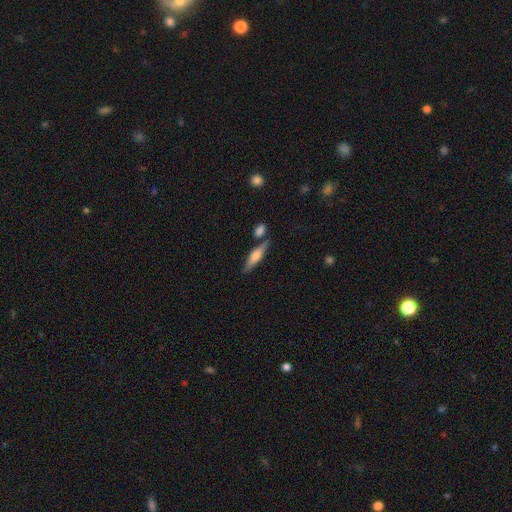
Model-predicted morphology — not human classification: type=featured or disk (51%); edge-on=yes (94%); merging=none (75%).